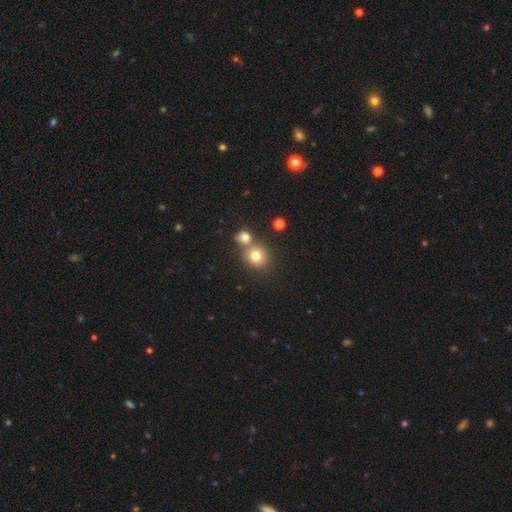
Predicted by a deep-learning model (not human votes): A smooth galaxy with no disk features (77%) that is round (87%). Merging: none (58%).